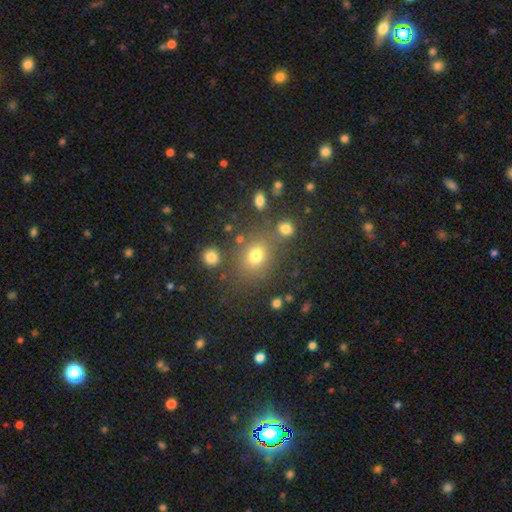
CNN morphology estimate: Smooth or featured? Predicted: smooth (p=0.73). How rounded? Predicted: round (p=0.66). Merging? Predicted: none (p=0.71).